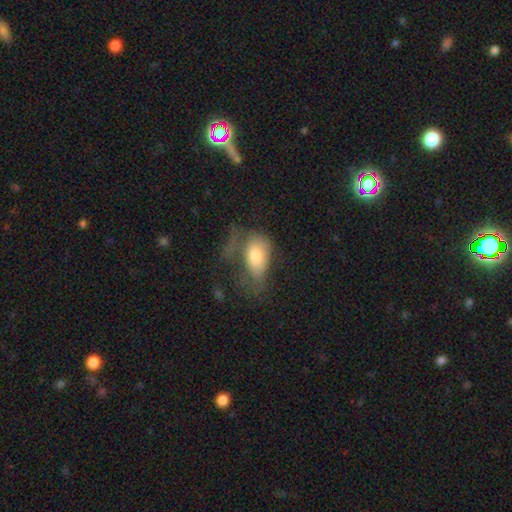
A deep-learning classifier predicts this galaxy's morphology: Overall: smooth (71%). How rounded: in between (87%). Merging: major disturbance (48%; minor disturbance 24%).